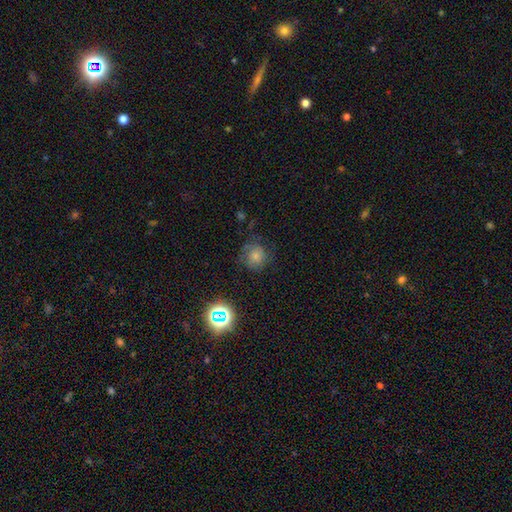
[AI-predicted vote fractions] A smooth galaxy with no disk features (61%) that is round (86%).

Vote fractions:
- Smooth or featured? smooth: 61% / featured or disk: 22% / star or artifact: 17%
- How rounded? round: 86% / in between: 13% / cigar-shaped: 1%
- Merging? none: 65% / minor disturbance: 22% / major disturbance: 11% / merger: 2%